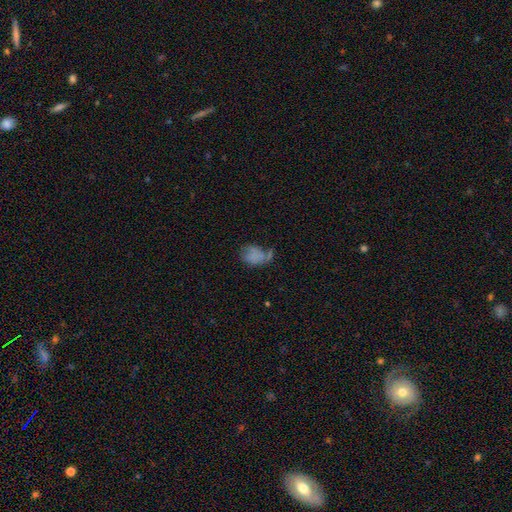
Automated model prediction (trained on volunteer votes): smooth_or_featured: smooth (p=0.65) [alt: featured or disk p=0.23]
how_rounded: in between (p=0.75) [alt: round p=0.24]
merging: none (p=0.32) [alt: major disturbance p=0.27]